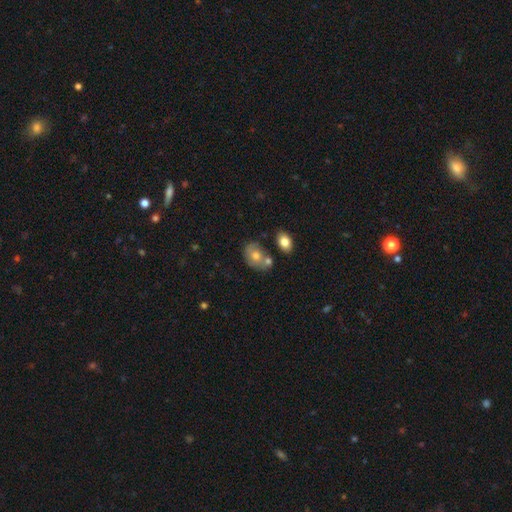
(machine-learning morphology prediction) Q: Smooth or featured?
A: smooth (66%); runner-up: featured or disk (24%)
Q: How rounded?
A: in between (72%); runner-up: round (27%)
Q: Merging?
A: none (51%); runner-up: merger (26%)